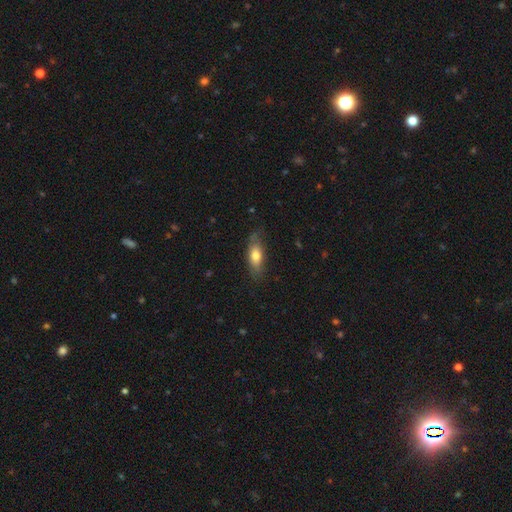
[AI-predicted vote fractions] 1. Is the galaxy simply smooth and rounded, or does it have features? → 67% smooth, 26% featured or disk, 6% star or artifact.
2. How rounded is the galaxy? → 73% in between, 24% cigar-shaped, 4% round.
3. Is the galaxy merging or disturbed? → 67% none, 25% minor disturbance, 7% major disturbance, 1% merger.